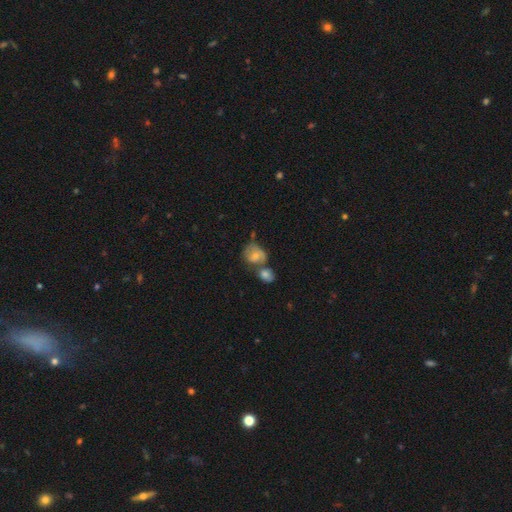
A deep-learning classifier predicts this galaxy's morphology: Smooth or featured?
  - smooth: 57% *
  - featured or disk: 34%
  - star or artifact: 9%
How rounded?
  - round: 56% *
  - in between: 43%
  - cigar-shaped: 1%
Merging?
  - merger: 52% *
  - none: 26%
  - minor disturbance: 14%
  - major disturbance: 8%